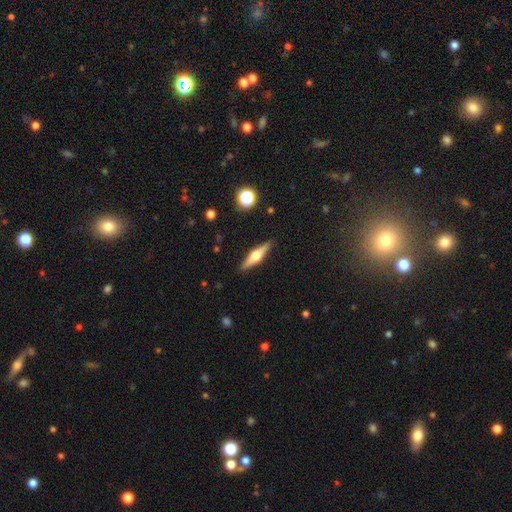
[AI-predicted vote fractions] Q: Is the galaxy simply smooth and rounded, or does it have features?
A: featured or disk — 67%.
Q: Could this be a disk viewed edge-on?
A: yes — 97%.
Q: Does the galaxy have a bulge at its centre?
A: rounded — 93%.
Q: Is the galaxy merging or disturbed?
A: none — 90%.